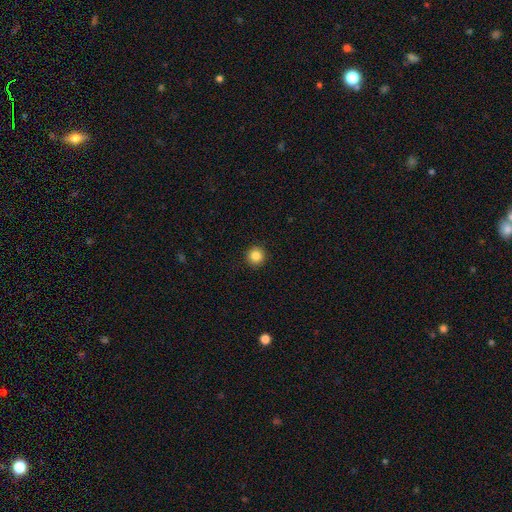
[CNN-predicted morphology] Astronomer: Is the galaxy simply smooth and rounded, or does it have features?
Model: smooth — 86%.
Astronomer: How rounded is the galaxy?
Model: round — 95%.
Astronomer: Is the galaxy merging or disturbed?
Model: none — 92%.